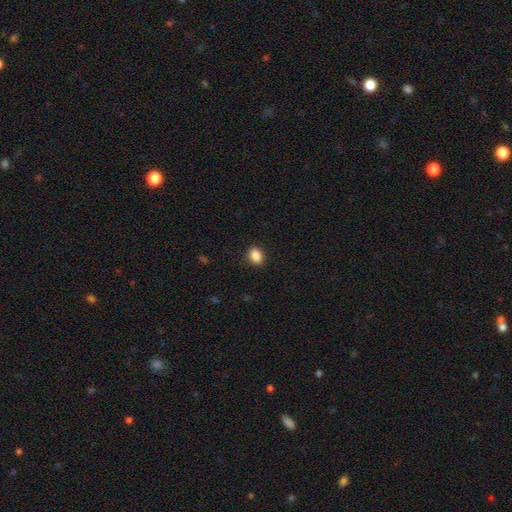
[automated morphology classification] Smooth or featured?
  - smooth: 88% *
  - star or artifact: 8%
  - featured or disk: 3%
How rounded?
  - in between: 76% *
  - round: 23%
  - cigar-shaped: 1%
Merging?
  - none: 88% *
  - minor disturbance: 9%
  - major disturbance: 2%
  - merger: 1%